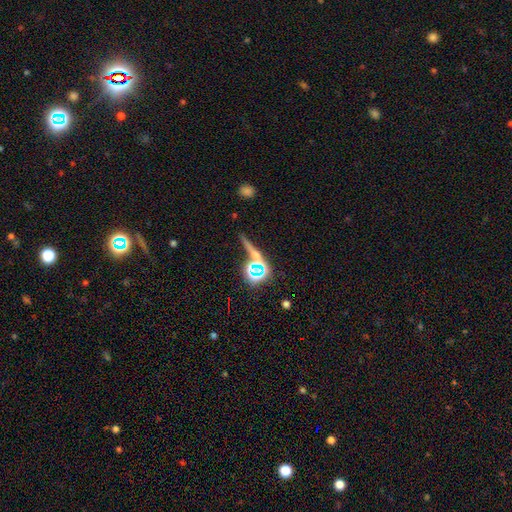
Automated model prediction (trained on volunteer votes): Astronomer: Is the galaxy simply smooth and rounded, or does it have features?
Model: star or artifact — 45% (runner-up: smooth, 32%).